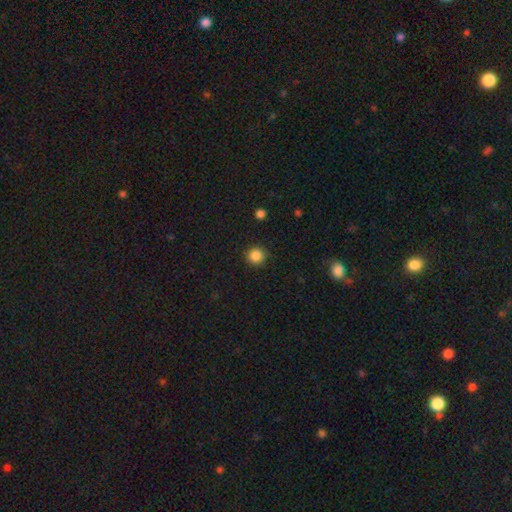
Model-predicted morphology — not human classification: smooth-or-featured: smooth: 86% | star or artifact: 11% | featured or disk: 3%
  how-rounded: round: 94% | in between: 5% | cigar-shaped: 1%
  merging: none: 91% | minor disturbance: 6% | major disturbance: 2% | merger: 1%